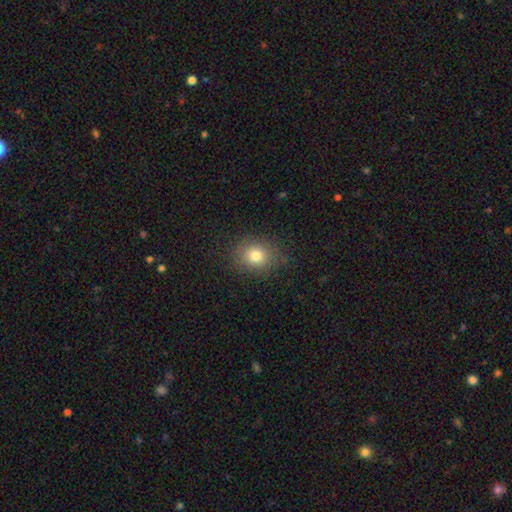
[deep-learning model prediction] smooth_or_featured: smooth (p=0.78) [alt: star or artifact p=0.13]
how_rounded: round (p=0.65) [alt: in between p=0.34]
merging: none (p=0.84) [alt: minor disturbance p=0.11]